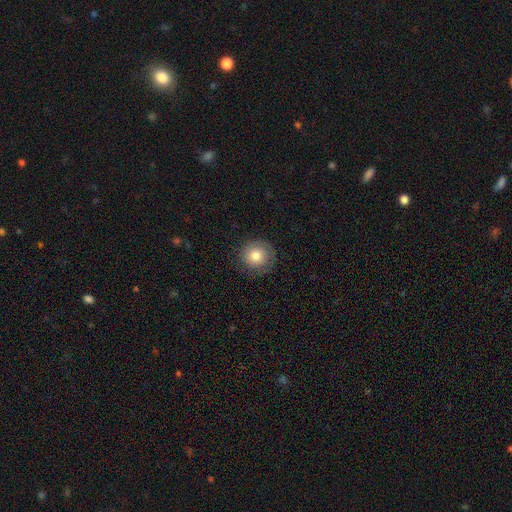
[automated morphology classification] Smooth or featured: smooth — 78% (featured or disk — 12%)
How rounded: round — 94% (in between — 6%)
Merging: none — 84% (minor disturbance — 11%)